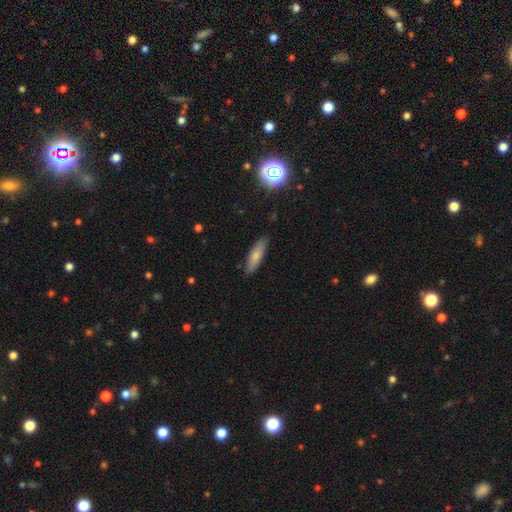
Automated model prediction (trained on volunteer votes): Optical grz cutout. It shows a smooth galaxy with no disk features (76%) that is cigar-shaped (64%). Merging: none (84%).